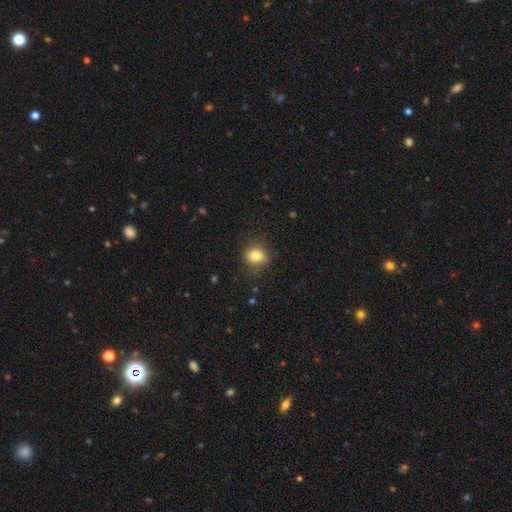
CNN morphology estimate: Smooth or featured: smooth — 82% (star or artifact — 10%)
How rounded: round — 64% (in between — 35%)
Merging: none — 79% (minor disturbance — 16%)